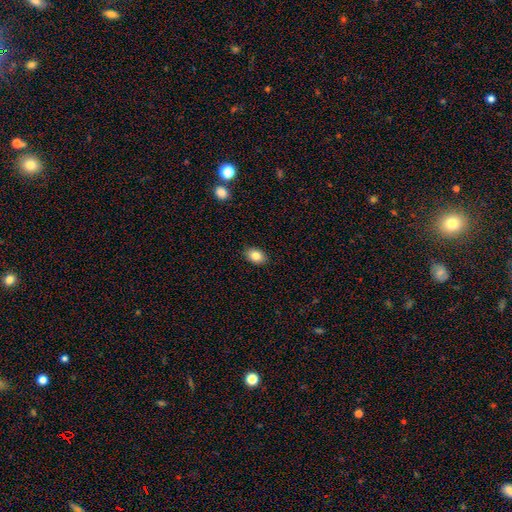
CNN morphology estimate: Smooth or featured? Predicted: smooth (p=0.85). How rounded? Predicted: in between (p=0.81). Merging? Predicted: none (p=0.89).